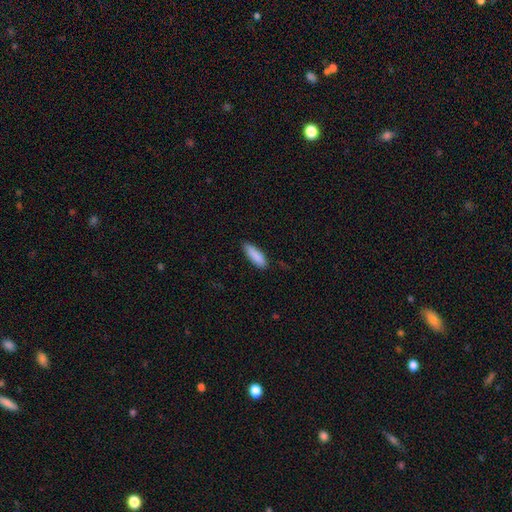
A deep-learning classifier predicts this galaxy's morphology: Overall: smooth (89%). How rounded: cigar-shaped (52%; in between 46%). Merging: none (84%).